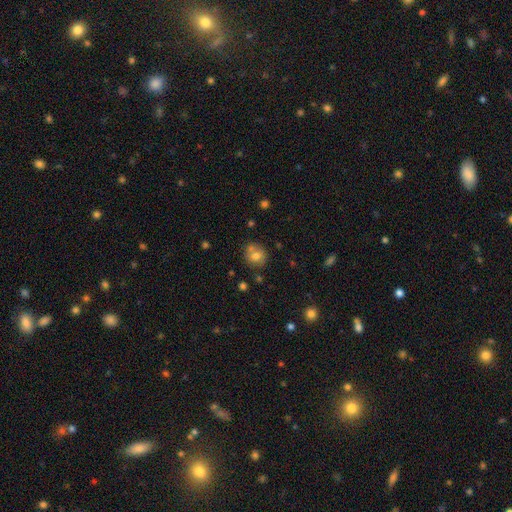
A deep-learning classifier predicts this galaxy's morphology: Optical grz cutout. It shows a smooth galaxy with no disk features (73%) that is round (79%). Merging: none (67%).